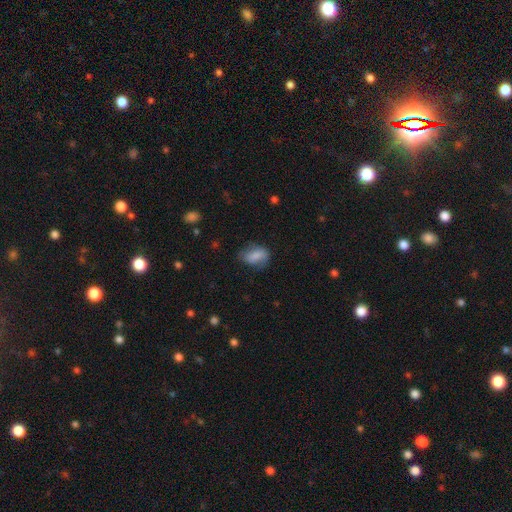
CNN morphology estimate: Overall: smooth (76%). How rounded: in between (80%). Merging: none (58%; minor disturbance 29%).